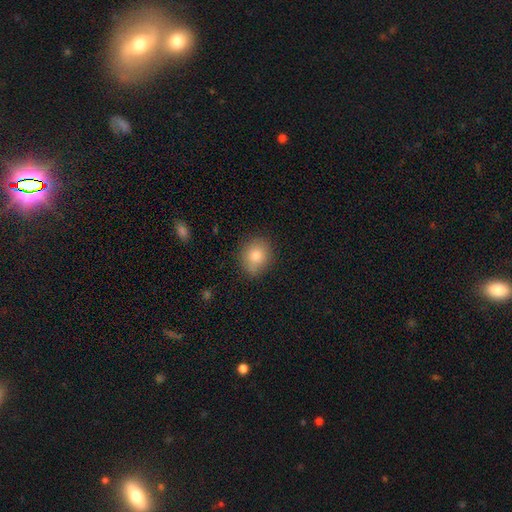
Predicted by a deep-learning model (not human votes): Smooth or featured: smooth — 81% (featured or disk — 10%)
How rounded: round — 64% (in between — 34%)
Merging: none — 80% (minor disturbance — 15%)